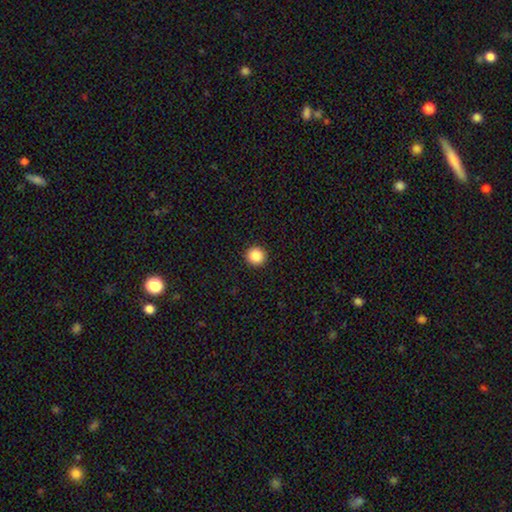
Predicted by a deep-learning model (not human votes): smooth_or_featured: smooth (p=0.87) [alt: star or artifact p=0.10]
how_rounded: round (p=0.95) [alt: in between p=0.04]
merging: none (p=0.93) [alt: minor disturbance p=0.04]